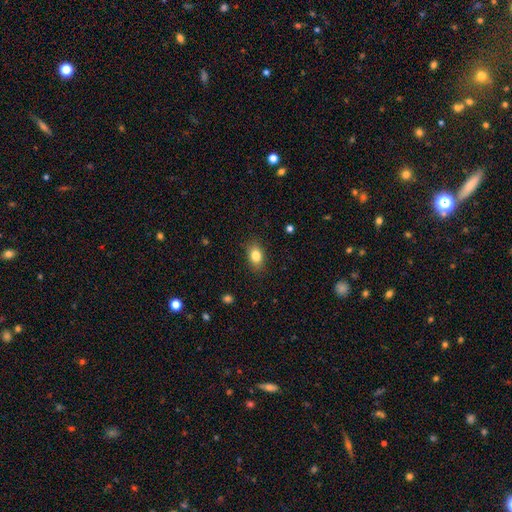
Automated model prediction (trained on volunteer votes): Overall: smooth (83%). How rounded: in between (83%). Merging: none (86%).